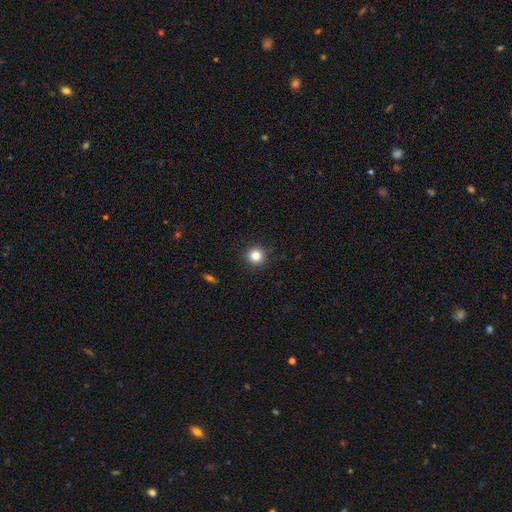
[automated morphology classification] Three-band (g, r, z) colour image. It shows a smooth galaxy with no disk features (83%) that is round (95%). Merging: none (93%).